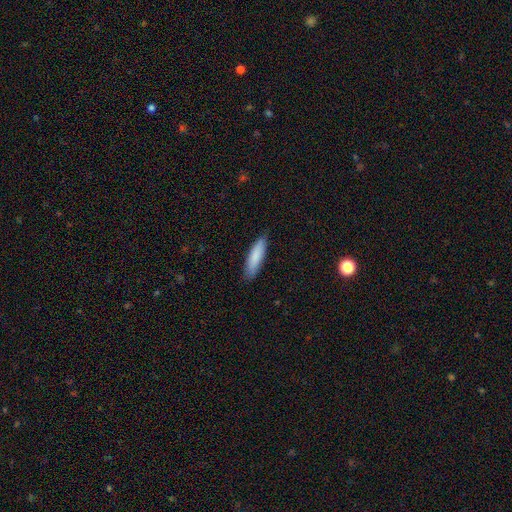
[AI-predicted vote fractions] smooth-or-featured: smooth: 85% | featured or disk: 10% | star or artifact: 5%
  how-rounded: cigar-shaped: 71% | in between: 28% | round: 1%
  merging: none: 85% | minor disturbance: 12% | major disturbance: 2% | merger: 1%